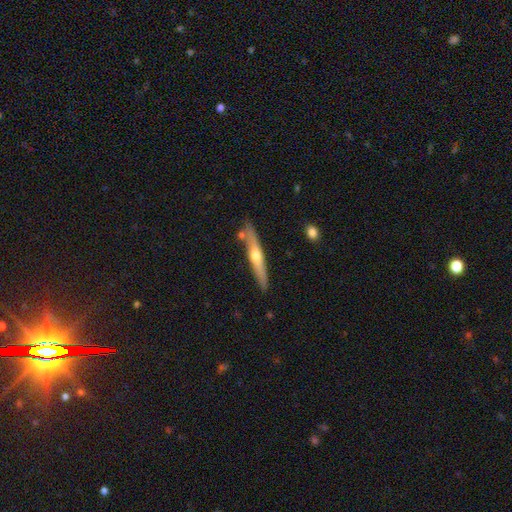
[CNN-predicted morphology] Q: Smooth or featured?
A: featured or disk (64%); runner-up: smooth (30%)
Q: Edge-on disk?
A: yes (95%); runner-up: no (5%)
Q: Edge-on bulge?
A: rounded (88%); runner-up: none (10%)
Q: Merging?
A: none (82%); runner-up: minor disturbance (11%)